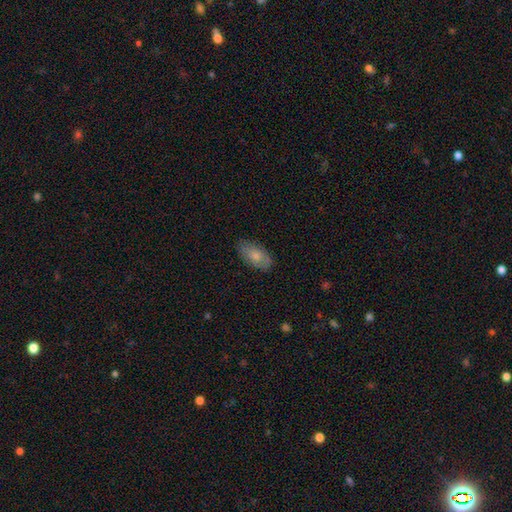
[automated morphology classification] Q: Smooth or featured?
A: smooth (73%); runner-up: featured or disk (20%)
Q: How rounded?
A: in between (93%); runner-up: cigar-shaped (4%)
Q: Merging?
A: none (80%); runner-up: minor disturbance (16%)